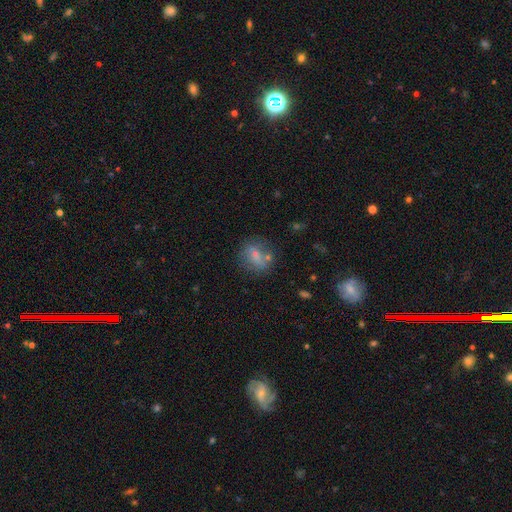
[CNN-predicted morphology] smooth_or_featured: smooth (p=0.64) [alt: featured or disk p=0.24]
how_rounded: round (p=0.59) [alt: in between p=0.38]
merging: none (p=0.59) [alt: merger p=0.17]